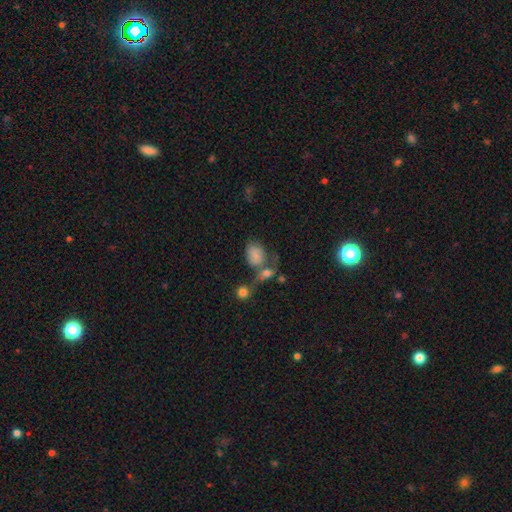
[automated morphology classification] smooth_or_featured: smooth (p=0.73) [alt: featured or disk p=0.16]
how_rounded: in between (p=0.69) [alt: round p=0.30]
merging: merger (p=0.34) [alt: none p=0.30]